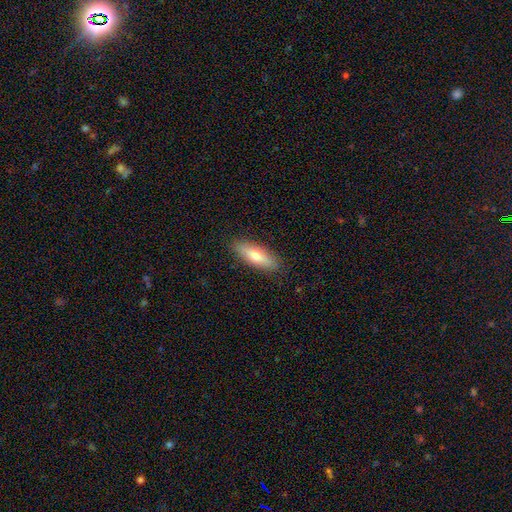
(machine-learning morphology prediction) Smooth or featured: smooth — 70% (featured or disk — 23%)
How rounded: cigar-shaped — 51% (in between — 47%)
Merging: none — 88% (minor disturbance — 9%)